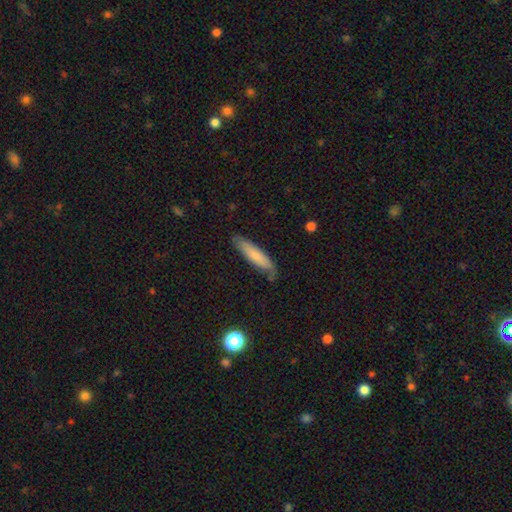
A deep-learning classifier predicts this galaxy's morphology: Overall: smooth (75%). How rounded: cigar-shaped (80%). Merging: none (78%).